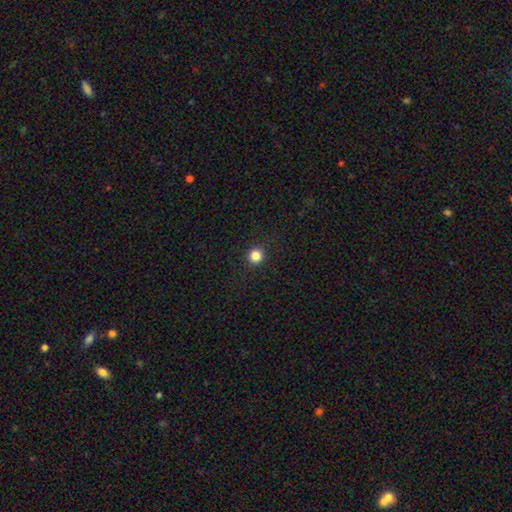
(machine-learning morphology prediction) smooth_or_featured: smooth (p=0.84) [alt: star or artifact p=0.12]
how_rounded: round (p=0.95) [alt: in between p=0.04]
merging: none (p=0.92) [alt: minor disturbance p=0.05]